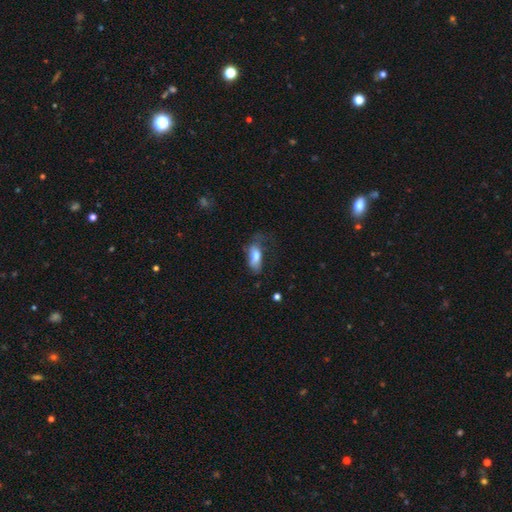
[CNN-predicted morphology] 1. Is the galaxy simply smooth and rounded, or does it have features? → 72% smooth, 20% featured or disk, 8% star or artifact.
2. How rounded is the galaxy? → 82% in between, 15% cigar-shaped, 3% round.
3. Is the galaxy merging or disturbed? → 39% major disturbance, 30% none, 29% minor disturbance, 3% merger.